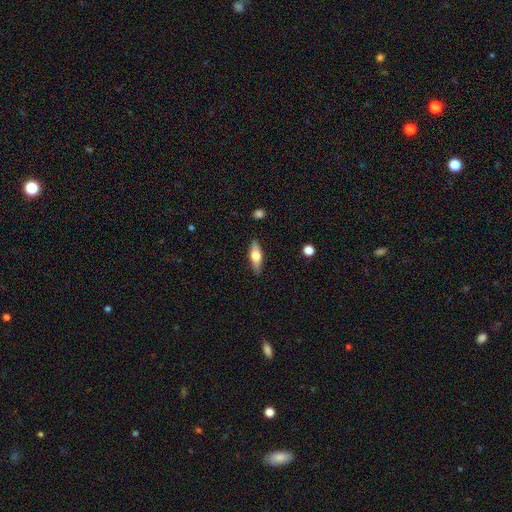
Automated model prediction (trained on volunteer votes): smooth_or_featured: smooth (p=0.51) [alt: featured or disk p=0.43]
how_rounded: in between (p=0.54) [alt: cigar-shaped p=0.43]
merging: none (p=0.87) [alt: minor disturbance p=0.10]